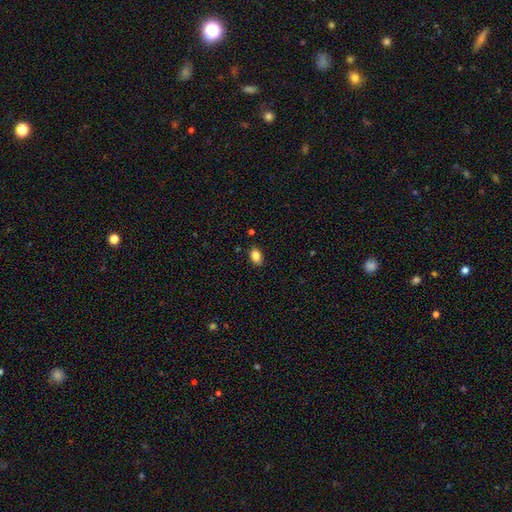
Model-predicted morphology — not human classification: Smooth or featured? Predicted: smooth (p=0.84). How rounded? Predicted: in between (p=0.80). Merging? Predicted: none (p=0.85).